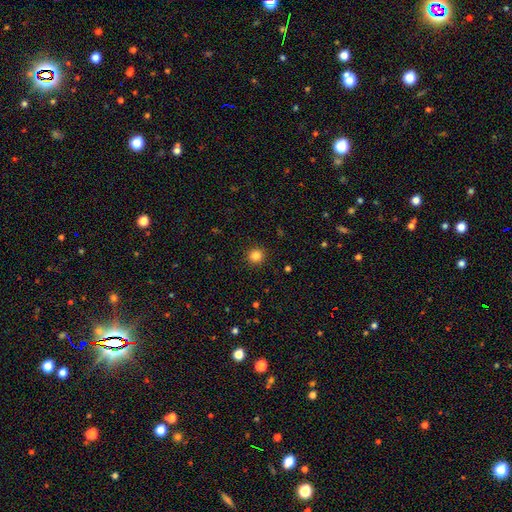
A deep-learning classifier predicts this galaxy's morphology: This is clearly a smooth galaxy (84%). How rounded: clearly round (93%). Merging: clearly none (91%).